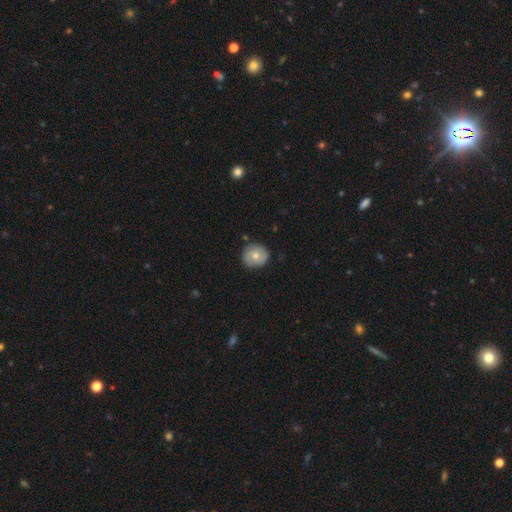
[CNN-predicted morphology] This appears to be a smooth galaxy with no disk features (58%) that is round (87%). Merging: none (80%).